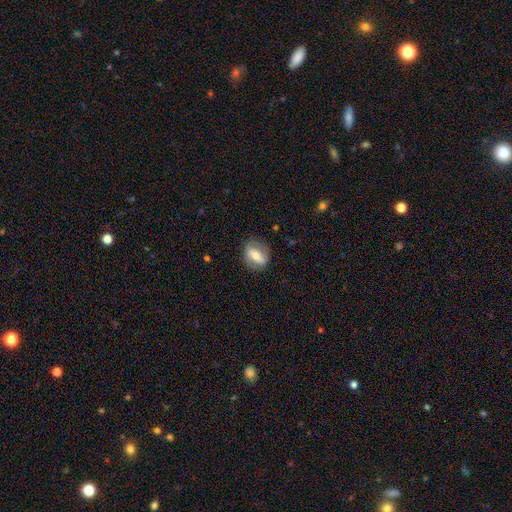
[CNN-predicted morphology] Smooth or featured? featured or disk (47%)
Merging? none (79%)